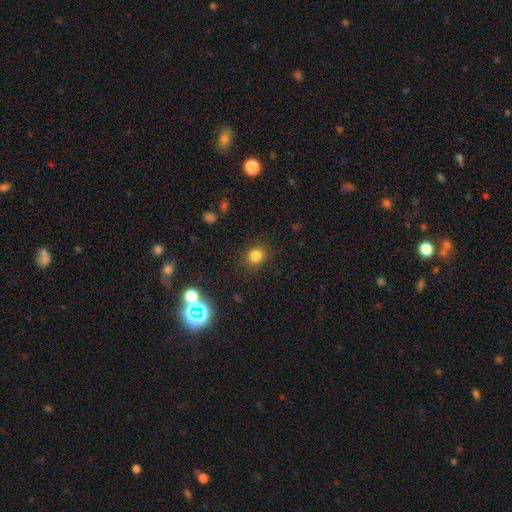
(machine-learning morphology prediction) Smooth or featured: smooth — 81% (star or artifact — 14%)
How rounded: round — 76% (in between — 23%)
Merging: none — 86% (minor disturbance — 9%)